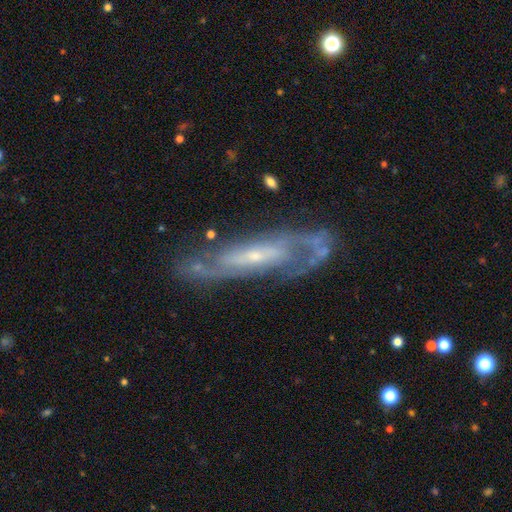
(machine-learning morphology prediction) smooth-or-featured: featured or disk: 84% | smooth: 10% | star or artifact: 6%
  disk-edge-on: no: 79% | yes: 21%
    bar: no: 42% | weak: 37% | strong: 20%
    has-spiral-arms: yes: 91% | no: 9%
      spiral-winding: medium: 44% | tight: 38% | loose: 18%
      spiral-arm-count: 2: 65% | can't tell: 22% | 3: 5% | 1: 4% | 4: 2% | more than 4: 2%
    bulge-size: small: 73% | moderate: 21% | none: 4% | large: 2% | dominant: 1%
  merging: none: 70% | minor disturbance: 18% | major disturbance: 9% | merger: 3%